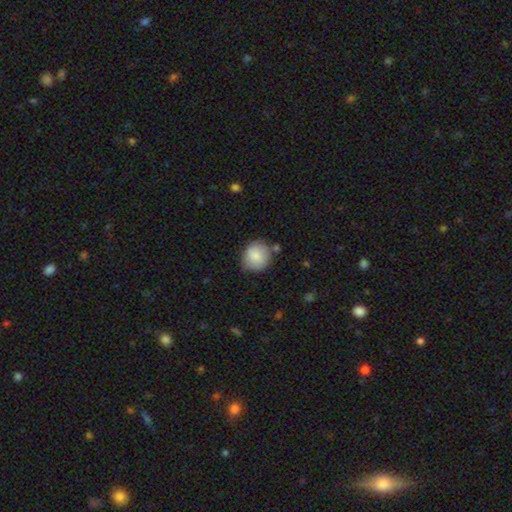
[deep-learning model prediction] Smooth or featured?
  - smooth: 84% *
  - featured or disk: 9%
  - star or artifact: 7%
How rounded?
  - round: 88% *
  - in between: 11%
  - cigar-shaped: 1%
Merging?
  - none: 74% *
  - minor disturbance: 18%
  - merger: 4%
  - major disturbance: 4%